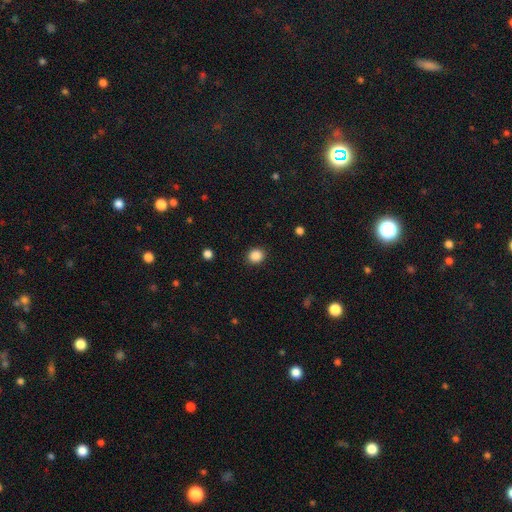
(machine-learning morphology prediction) Overall: smooth (87%). How rounded: round (76%). Merging: none (90%).